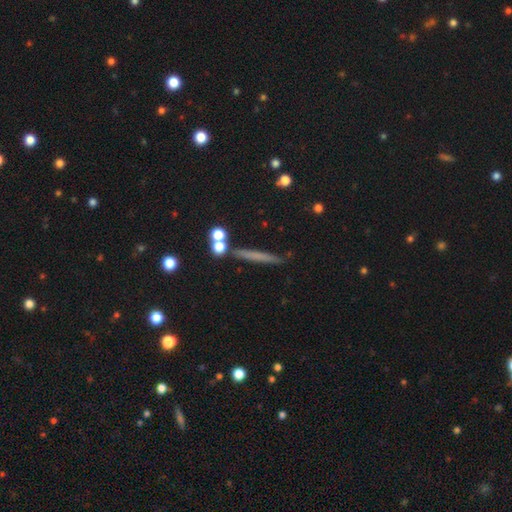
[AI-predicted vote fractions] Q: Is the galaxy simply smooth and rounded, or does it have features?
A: smooth — 55%.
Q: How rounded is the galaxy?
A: cigar-shaped — 91%.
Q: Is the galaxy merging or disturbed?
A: none — 81%.